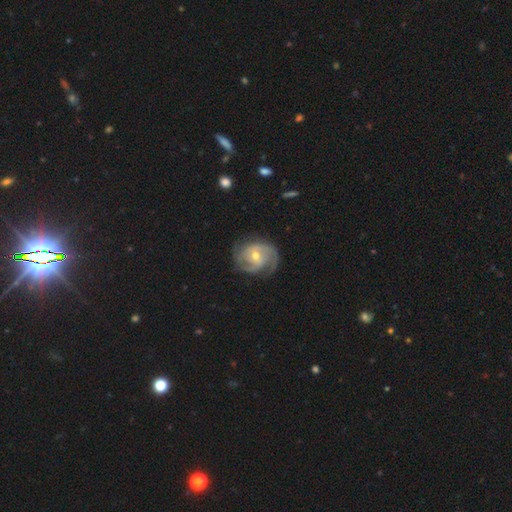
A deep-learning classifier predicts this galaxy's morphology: Smooth or featured?
  - featured or disk: 86% *
  - smooth: 9%
  - star or artifact: 5%
Edge-on disk?
  - no: 98% *
  - yes: 2%
Bar?
  - no: 55% *
  - weak: 36%
  - strong: 10%
Spiral arms?
  - yes: 96% *
  - no: 4%
Spiral winding?
  - tight: 53% *
  - medium: 37%
  - loose: 10%
Spiral arm count?
  - 2: 40% *
  - 3: 29%
  - can't tell: 17%
  - 1: 5%
  - 4: 5%
  - more than 4: 4%
Bulge size?
  - moderate: 56% *
  - small: 41%
  - large: 2%
  - none: 1%
  - dominant: 1%
Merging?
  - none: 71% *
  - minor disturbance: 19%
  - major disturbance: 8%
  - merger: 1%